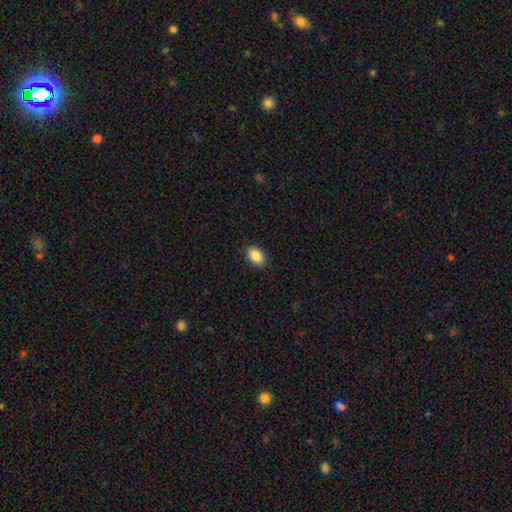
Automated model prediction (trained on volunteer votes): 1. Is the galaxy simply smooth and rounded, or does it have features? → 87% smooth, 8% star or artifact, 6% featured or disk.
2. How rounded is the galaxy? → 87% in between, 12% round, 1% cigar-shaped.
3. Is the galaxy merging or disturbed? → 90% none, 7% minor disturbance, 2% major disturbance, 1% merger.